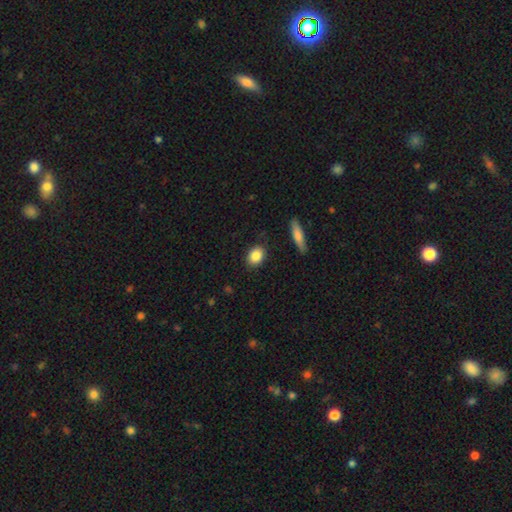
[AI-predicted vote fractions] Smooth or featured?
  - smooth: 86% *
  - star or artifact: 7%
  - featured or disk: 7%
How rounded?
  - in between: 61% *
  - round: 37%
  - cigar-shaped: 3%
Merging?
  - none: 86% *
  - minor disturbance: 10%
  - major disturbance: 2%
  - merger: 2%